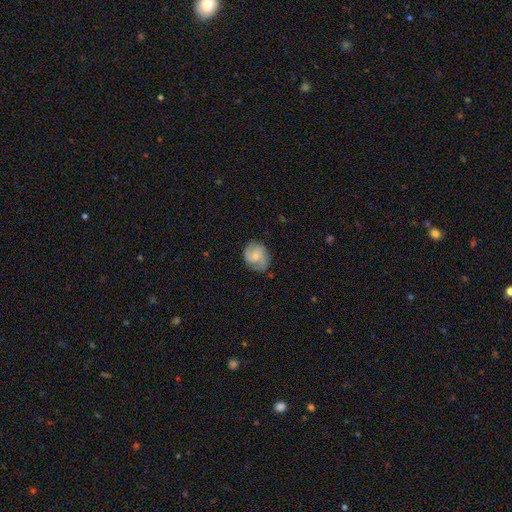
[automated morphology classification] type=featured or disk (66%); edge-on=no (98%); bar=no (60%); spiral arms=yes (92%); winding=medium (47%); arm count=2 (62%); bulge=small (57%); merging=none (75%).